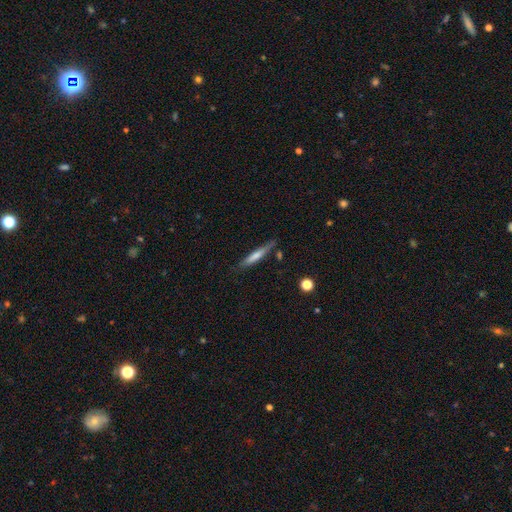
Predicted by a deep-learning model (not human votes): A smooth galaxy with no disk features (57%) that is cigar-shaped (92%). Merging: none (76%).